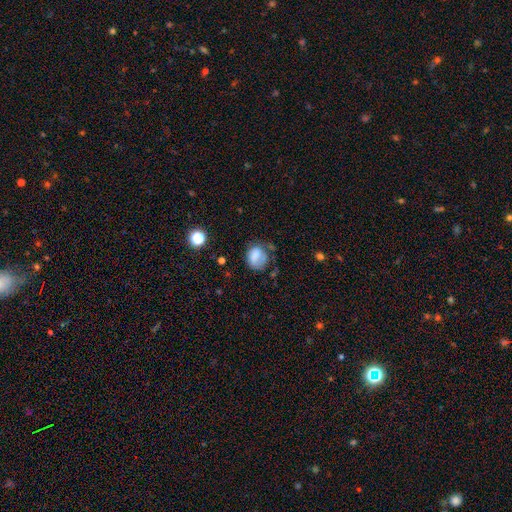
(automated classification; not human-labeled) A smooth galaxy with no disk features (69%) that is round (57%).

Vote fractions:
- Smooth or featured? smooth: 69% / featured or disk: 19% / star or artifact: 11%
- How rounded? round: 57% / in between: 42% / cigar-shaped: 1%
- Merging? none: 41% / minor disturbance: 30% / major disturbance: 24% / merger: 5%